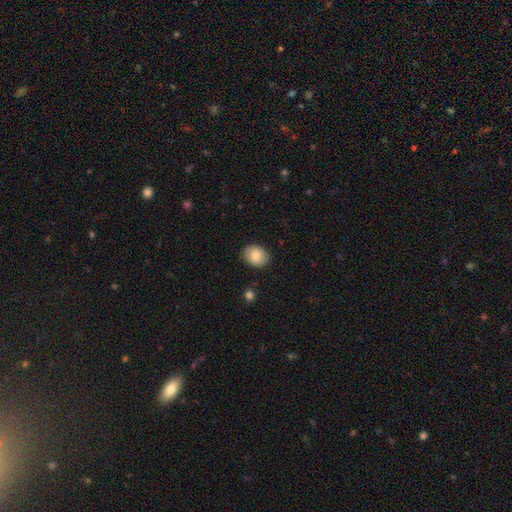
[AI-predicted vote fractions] Smooth or featured? Predicted: smooth (p=0.83). How rounded? Predicted: in between (p=0.53). Merging? Predicted: none (p=0.89).